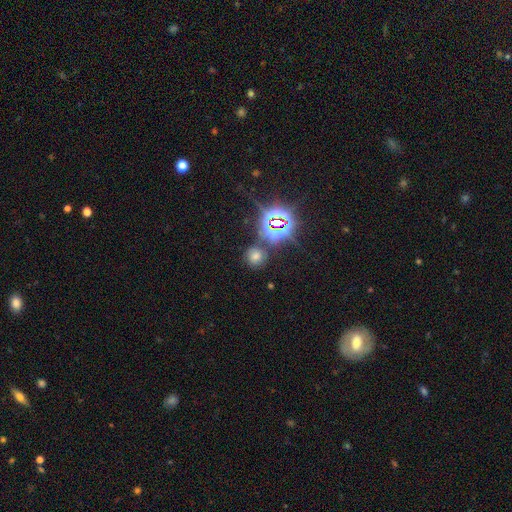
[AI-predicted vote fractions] Smooth or featured? star or artifact (46%)